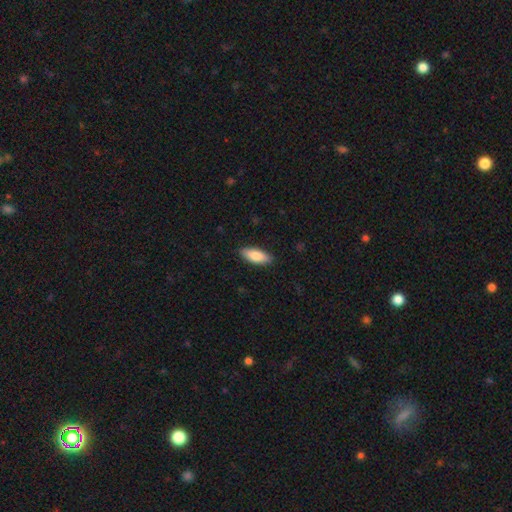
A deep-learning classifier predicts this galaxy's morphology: Q: Smooth or featured?
A: smooth (85%); runner-up: featured or disk (10%)
Q: How rounded?
A: in between (78%); runner-up: cigar-shaped (20%)
Q: Merging?
A: none (88%); runner-up: minor disturbance (10%)